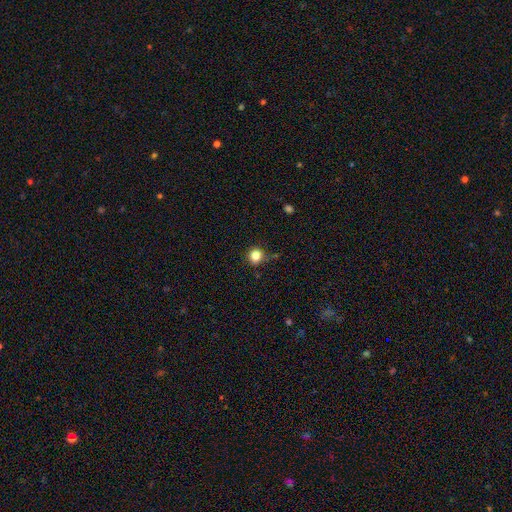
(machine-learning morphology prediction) smooth-or-featured: smooth: 83% | star or artifact: 12% | featured or disk: 5%
  how-rounded: round: 89% | in between: 10% | cigar-shaped: 1%
  merging: none: 81% | minor disturbance: 13% | major disturbance: 3% | merger: 2%